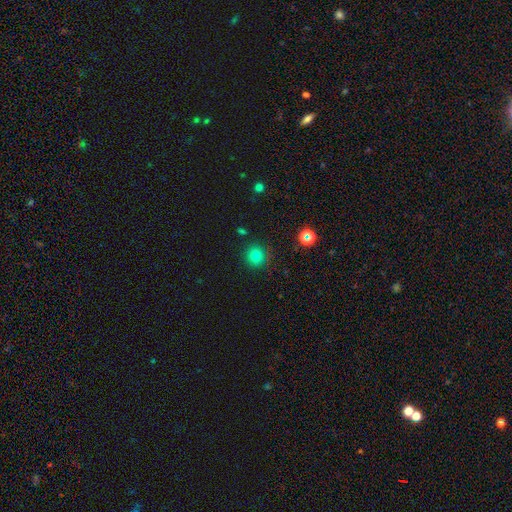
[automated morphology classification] smooth_or_featured: smooth (p=0.76) [alt: star or artifact p=0.17]
how_rounded: round (p=0.93) [alt: in between p=0.06]
merging: none (p=0.87) [alt: minor disturbance p=0.08]